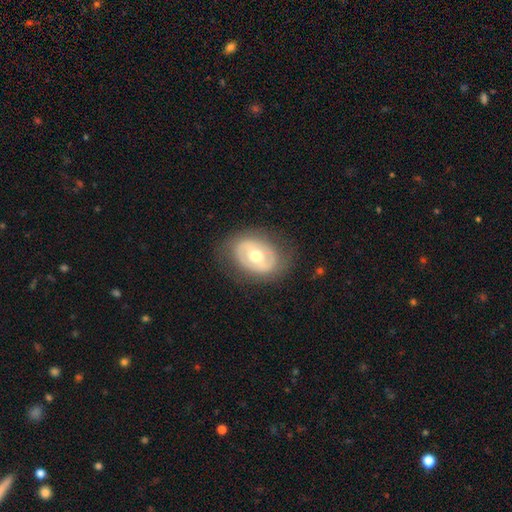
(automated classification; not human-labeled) Overall: featured or disk (60%; smooth 34%). Edge-on disk: no (94%). Bar: no (45%; weak 33%). Spiral arms: no (71%). Bulge size: moderate (75%). Merging: none (78%).